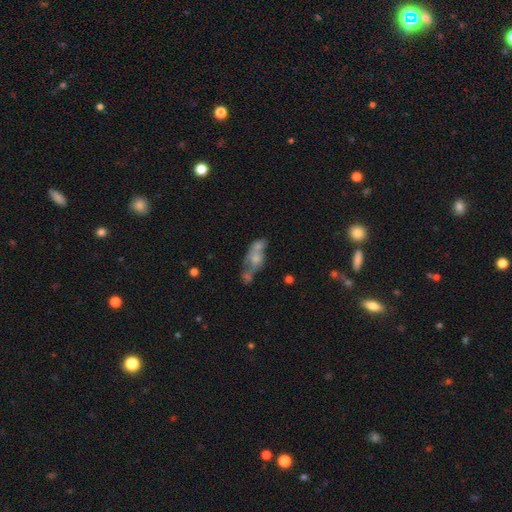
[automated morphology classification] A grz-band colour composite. It shows a featured or disk galaxy (46%). Merging: merger (43%).